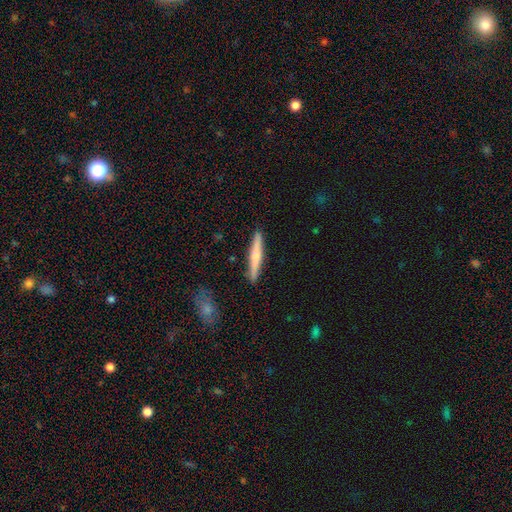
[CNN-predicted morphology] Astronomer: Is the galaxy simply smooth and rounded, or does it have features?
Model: smooth — 53% (runner-up: featured or disk, 42%).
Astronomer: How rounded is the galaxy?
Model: cigar-shaped — 94%.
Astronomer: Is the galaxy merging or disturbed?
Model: none — 90%.